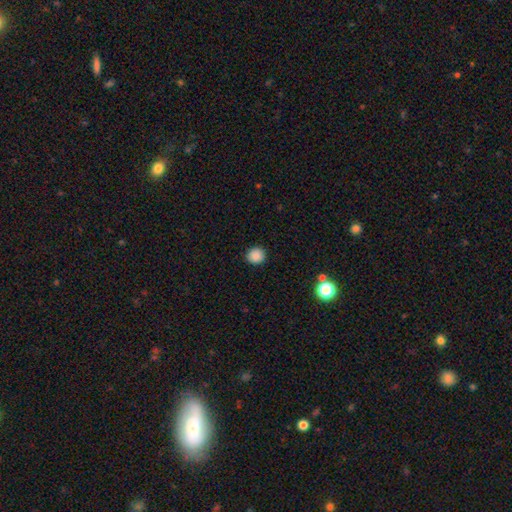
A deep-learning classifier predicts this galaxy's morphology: A smooth galaxy with no disk features (87%) that is round (90%). Merging: none (91%).